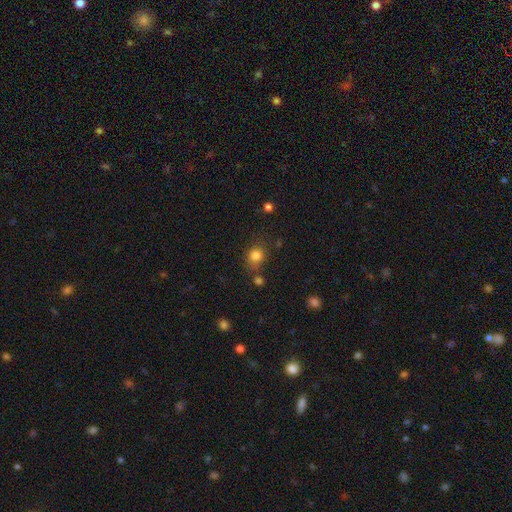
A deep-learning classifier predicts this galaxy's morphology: type=smooth (82%); roundness=round (66%); merging=none (71%).